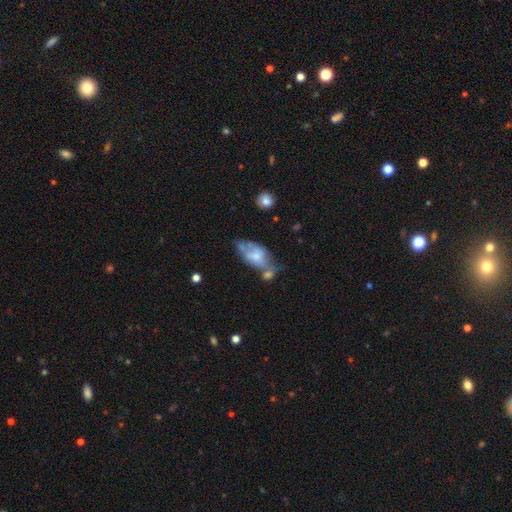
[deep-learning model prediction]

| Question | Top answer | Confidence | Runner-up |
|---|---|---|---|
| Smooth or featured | featured or disk | 47% | smooth (46%) |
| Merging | merger | 32% | none (25%) |